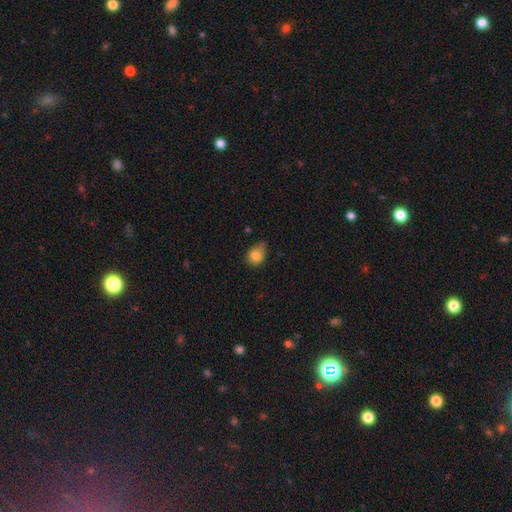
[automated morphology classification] A smooth galaxy with no disk features (81%) that is in between round and cigar-shaped (55%). Merging: minor disturbance (43%).